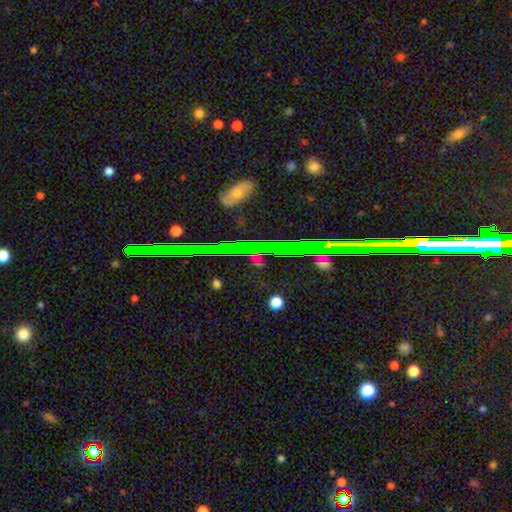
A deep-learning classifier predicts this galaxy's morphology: star or artifact 65%, smooth 22%, featured or disk 13%.